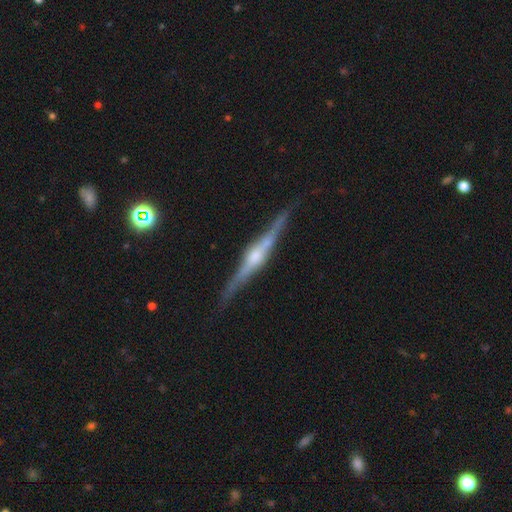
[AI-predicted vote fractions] A featured or disk galaxy (85%) viewed edge-on (98%) with a rounded central bulge (74%).

Vote fractions:
- Smooth or featured? featured or disk: 85% / smooth: 10% / star or artifact: 6%
- Edge-on disk? yes: 98% / no: 2%
- Edge-on bulge? rounded: 74% / boxy: 19% / none: 7%
- Merging? none: 88% / minor disturbance: 9% / major disturbance: 2% / merger: 1%